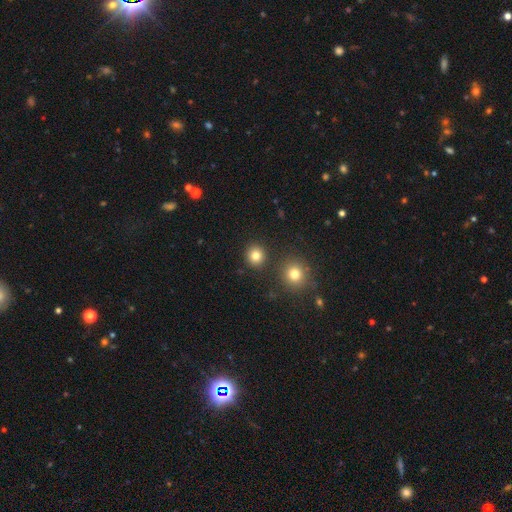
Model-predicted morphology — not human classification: Smooth or featured?
  - smooth: 82% *
  - star or artifact: 13%
  - featured or disk: 6%
How rounded?
  - round: 91% *
  - in between: 8%
  - cigar-shaped: 1%
Merging?
  - none: 89% *
  - minor disturbance: 6%
  - merger: 4%
  - major disturbance: 2%